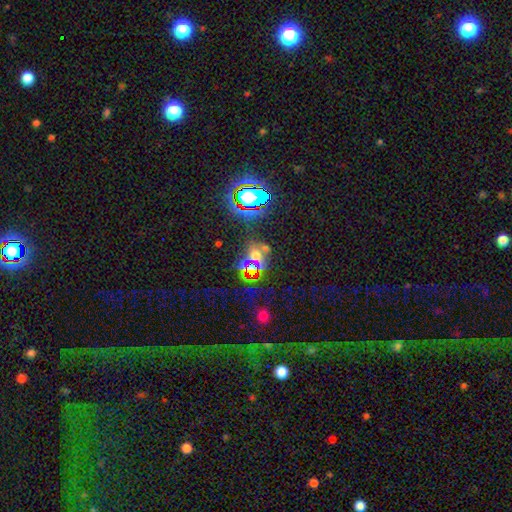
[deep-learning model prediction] Smooth or featured? star or artifact (58%)